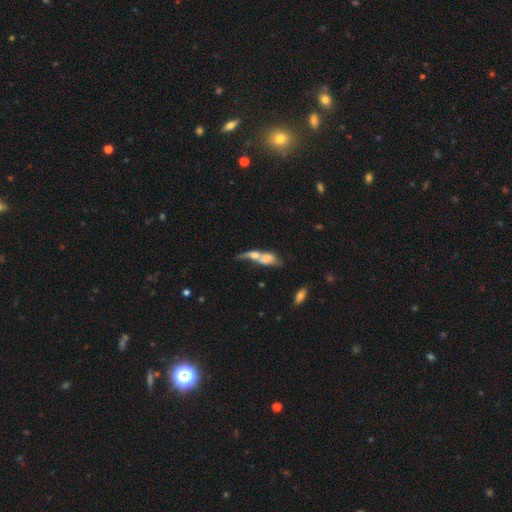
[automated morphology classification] Overall: smooth (52%; featured or disk 38%). How rounded: in between (58%; cigar-shaped 32%). Merging: merger (66%).